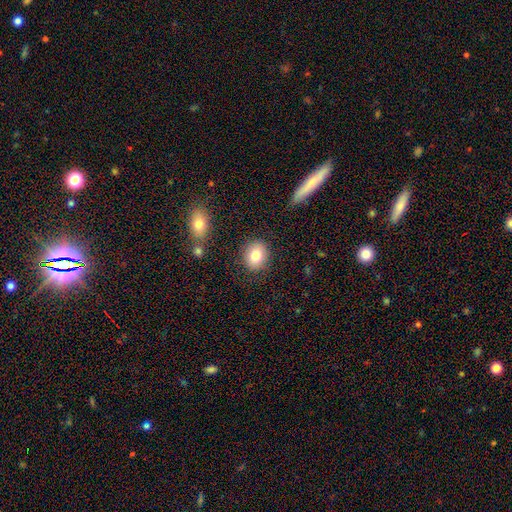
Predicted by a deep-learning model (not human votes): Smooth or featured?
  - smooth: 81% *
  - featured or disk: 10%
  - star or artifact: 9%
How rounded?
  - round: 60% *
  - in between: 39%
  - cigar-shaped: 1%
Merging?
  - none: 86% *
  - minor disturbance: 9%
  - major disturbance: 3%
  - merger: 2%